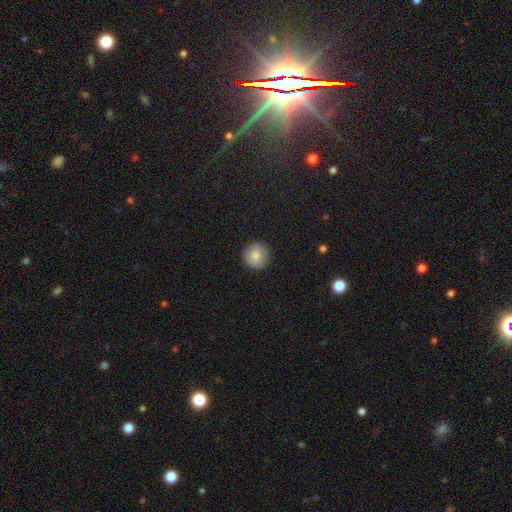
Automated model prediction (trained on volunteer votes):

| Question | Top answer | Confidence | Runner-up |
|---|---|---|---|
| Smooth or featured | smooth | 84% | star or artifact (9%) |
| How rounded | round | 94% | in between (5%) |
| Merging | none | 91% | minor disturbance (6%) |